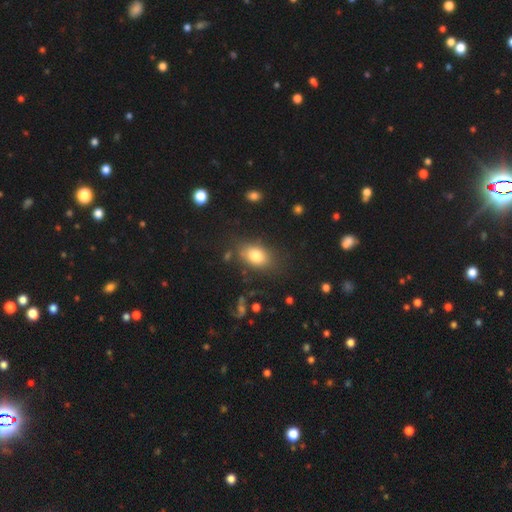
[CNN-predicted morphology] smooth 78%, featured or disk 12%, star or artifact 10%. Down the decision tree: how rounded — in between (79%); merging — none (78%).